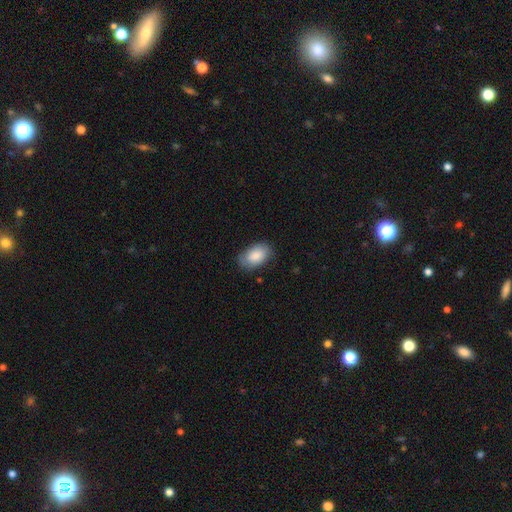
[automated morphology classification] Smooth or featured? Predicted: smooth (p=0.84). How rounded? Predicted: in between (p=0.92). Merging? Predicted: none (p=0.78).